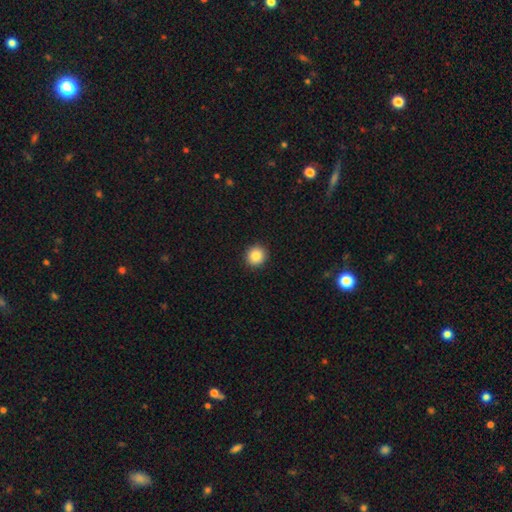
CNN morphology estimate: smooth-or-featured: smooth: 86% | star or artifact: 9% | featured or disk: 5%
  how-rounded: round: 92% | in between: 7% | cigar-shaped: 1%
  merging: none: 93% | minor disturbance: 5% | major disturbance: 2% | merger: 1%